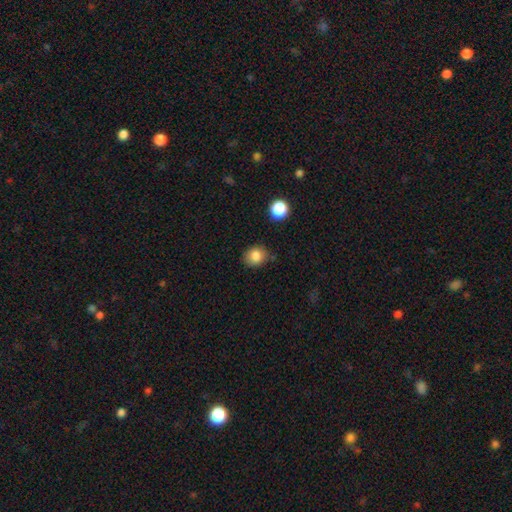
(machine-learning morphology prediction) smooth_or_featured: smooth (p=0.84) [alt: star or artifact p=0.10]
how_rounded: round (p=0.71) [alt: in between p=0.28]
merging: none (p=0.79) [alt: minor disturbance p=0.15]